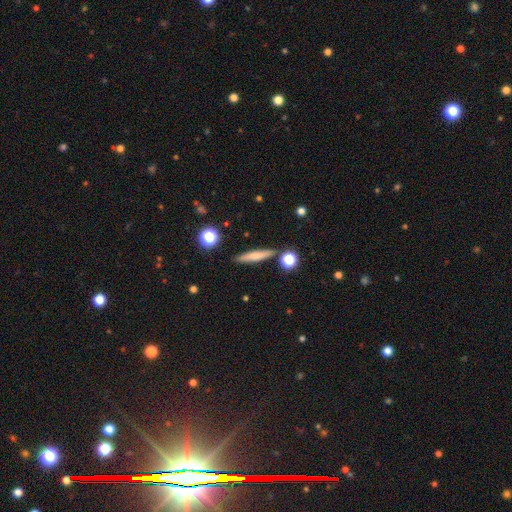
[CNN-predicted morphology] A smooth galaxy with no disk features (67%) that is cigar-shaped (88%).

Vote fractions:
- Smooth or featured? smooth: 67% / featured or disk: 25% / star or artifact: 8%
- How rounded? cigar-shaped: 88% / in between: 8% / round: 3%
- Merging? none: 85% / minor disturbance: 9% / merger: 4% / major disturbance: 2%